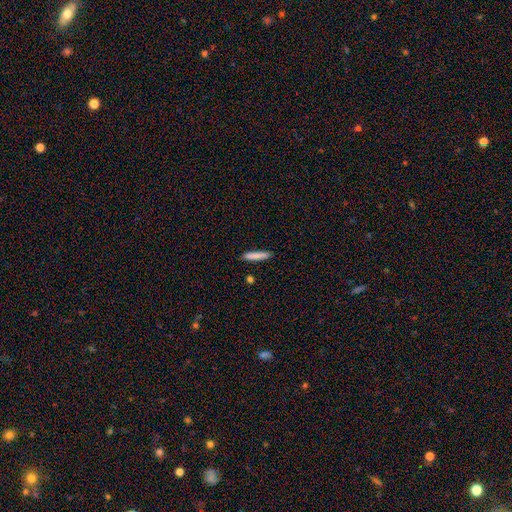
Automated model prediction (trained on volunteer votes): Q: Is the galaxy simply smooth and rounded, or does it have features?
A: smooth — 82%.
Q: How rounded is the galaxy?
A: cigar-shaped — 91%.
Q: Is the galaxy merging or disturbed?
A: none — 86%.